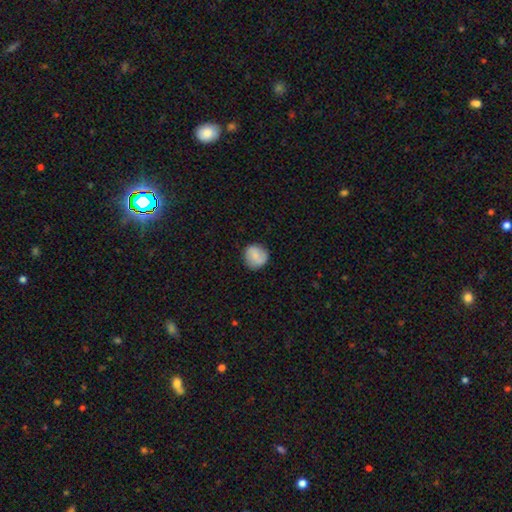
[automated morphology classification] smooth 73%, featured or disk 19%, star or artifact 8%. Down the decision tree: how rounded — round (89%); merging — none (85%).